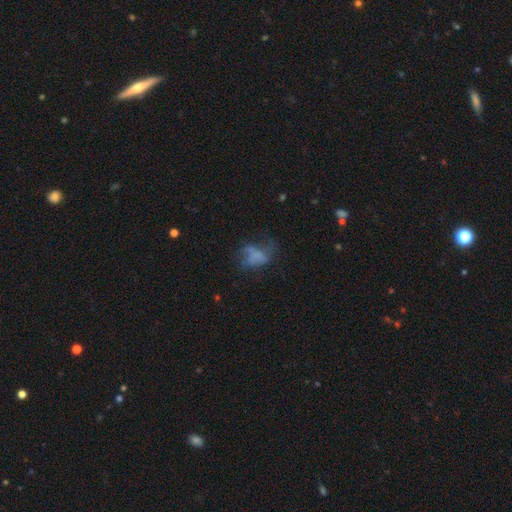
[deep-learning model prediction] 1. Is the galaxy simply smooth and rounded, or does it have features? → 48% smooth, 36% featured or disk, 16% star or artifact.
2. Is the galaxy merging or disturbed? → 39% major disturbance, 34% none, 23% minor disturbance, 4% merger.